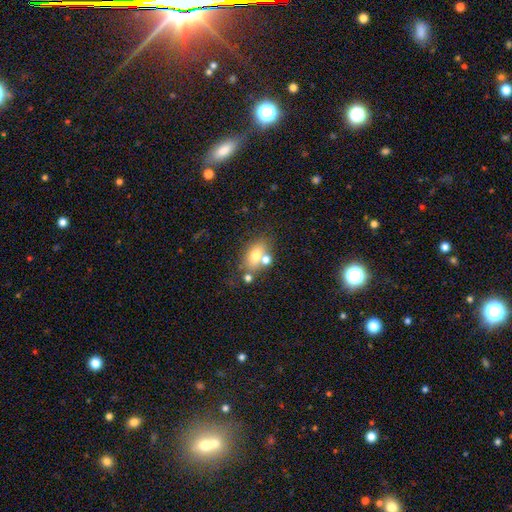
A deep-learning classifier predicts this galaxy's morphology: type=smooth (69%); roundness=in between (79%); merging=none (53%).